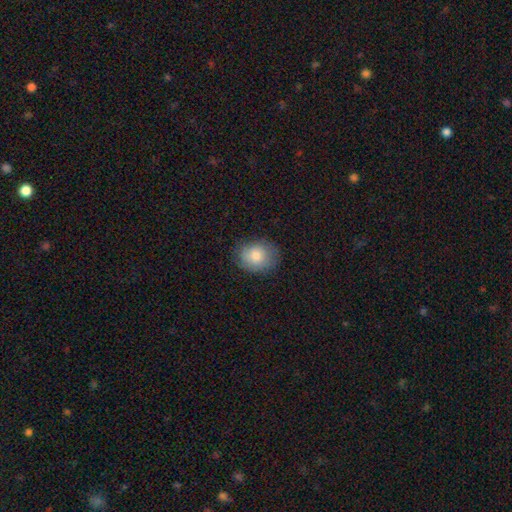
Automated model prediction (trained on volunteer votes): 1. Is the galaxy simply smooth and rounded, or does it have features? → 79% smooth, 13% featured or disk, 8% star or artifact.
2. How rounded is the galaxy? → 52% round, 47% in between, 1% cigar-shaped.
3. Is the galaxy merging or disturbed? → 77% none, 18% minor disturbance, 4% major disturbance, 1% merger.